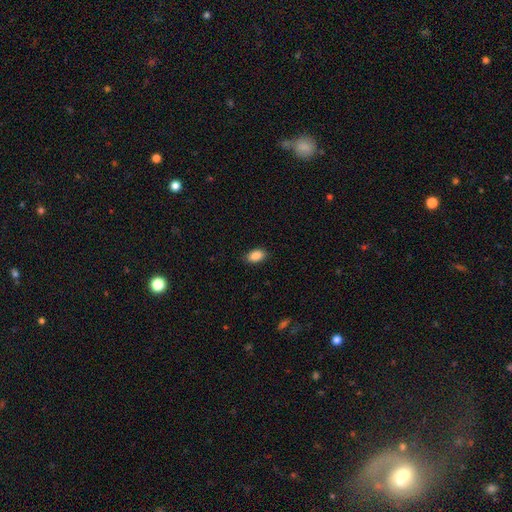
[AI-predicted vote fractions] This is clearly a smooth galaxy (88%). How rounded: clearly in between (92%). Merging: clearly none (87%).